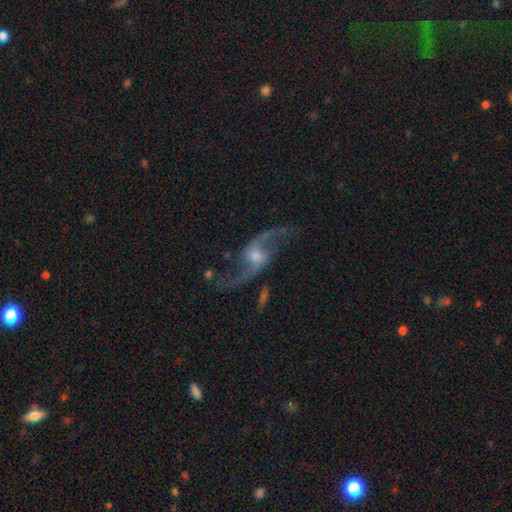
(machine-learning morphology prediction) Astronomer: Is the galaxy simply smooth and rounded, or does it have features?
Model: featured or disk — 89%.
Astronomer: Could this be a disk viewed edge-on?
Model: no — 94%.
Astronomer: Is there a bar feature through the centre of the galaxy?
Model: no — 47% (runner-up: weak, 38%).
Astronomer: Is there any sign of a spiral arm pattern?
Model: yes — 97%.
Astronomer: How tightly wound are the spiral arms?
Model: loose — 83%.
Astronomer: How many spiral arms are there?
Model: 2 — 94%.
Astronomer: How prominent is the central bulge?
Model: moderate — 50% (runner-up: small, 35%).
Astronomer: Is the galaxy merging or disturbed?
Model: none — 77%.